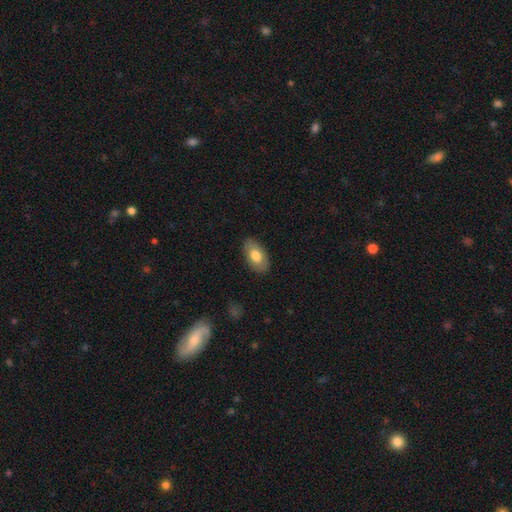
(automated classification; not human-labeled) Smooth or featured? smooth (73%)
How rounded? in between (94%)
Merging? none (86%)